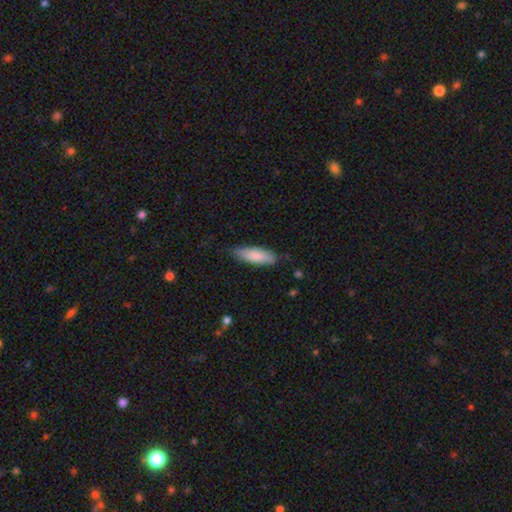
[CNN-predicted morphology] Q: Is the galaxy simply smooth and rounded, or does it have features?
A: smooth — 85%.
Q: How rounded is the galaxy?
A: in between — 57%.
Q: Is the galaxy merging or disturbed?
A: none — 78%.